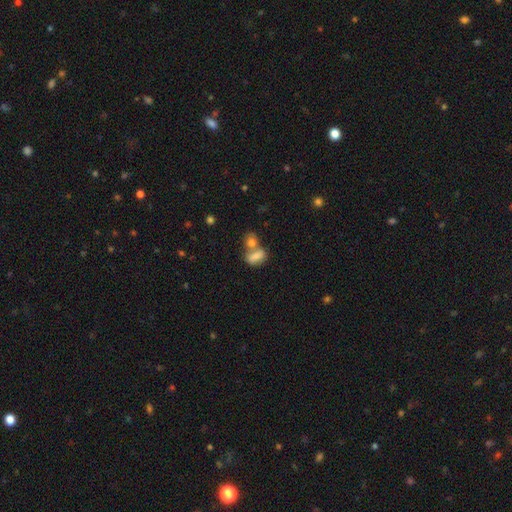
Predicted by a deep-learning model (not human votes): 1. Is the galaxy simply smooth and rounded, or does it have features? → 79% smooth, 12% featured or disk, 10% star or artifact.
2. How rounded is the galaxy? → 81% in between, 14% round, 5% cigar-shaped.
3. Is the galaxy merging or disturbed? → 53% merger, 31% none, 10% minor disturbance, 5% major disturbance.